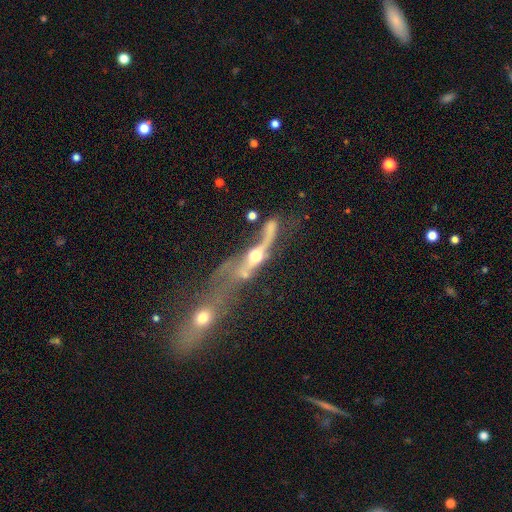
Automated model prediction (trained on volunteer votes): Overall: featured or disk (68%). Edge-on disk: yes (52%; no 48%). Merging: merger (45%; major disturbance 30%).